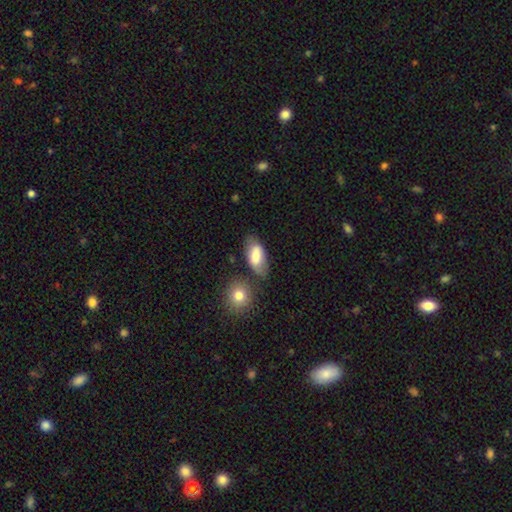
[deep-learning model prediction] This appears to be a smooth galaxy with no disk features (75%) that is in between round and cigar-shaped (91%). Merging: none (62%).